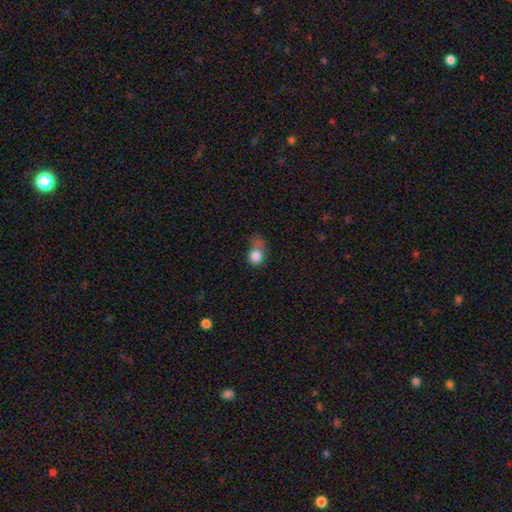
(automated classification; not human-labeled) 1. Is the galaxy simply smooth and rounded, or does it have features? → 80% smooth, 10% star or artifact, 9% featured or disk.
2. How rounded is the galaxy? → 51% in between, 47% round, 2% cigar-shaped.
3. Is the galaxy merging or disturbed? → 41% major disturbance, 32% minor disturbance, 21% none, 7% merger.